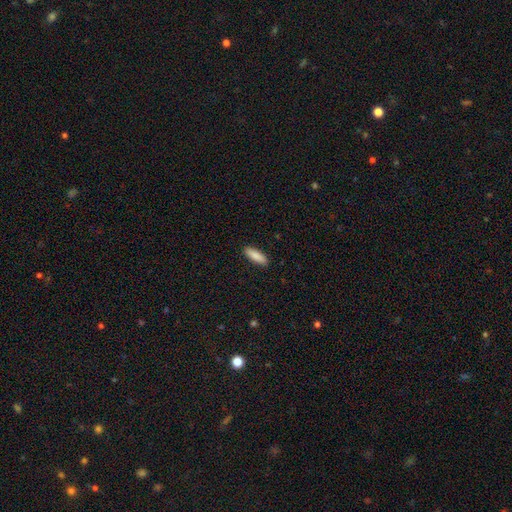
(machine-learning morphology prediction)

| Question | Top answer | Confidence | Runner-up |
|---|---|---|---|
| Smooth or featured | smooth | 87% | featured or disk (7%) |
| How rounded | cigar-shaped | 52% | in between (46%) |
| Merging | none | 90% | minor disturbance (7%) |